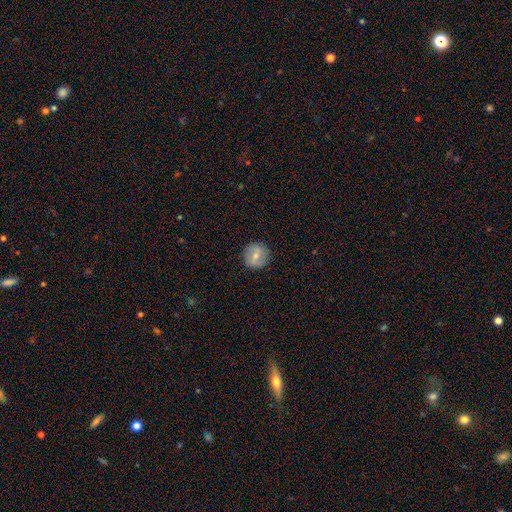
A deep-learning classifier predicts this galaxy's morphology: smooth_or_featured: smooth (p=0.58) [alt: featured or disk p=0.34]
how_rounded: round (p=0.93) [alt: in between p=0.06]
merging: none (p=0.88) [alt: minor disturbance p=0.09]